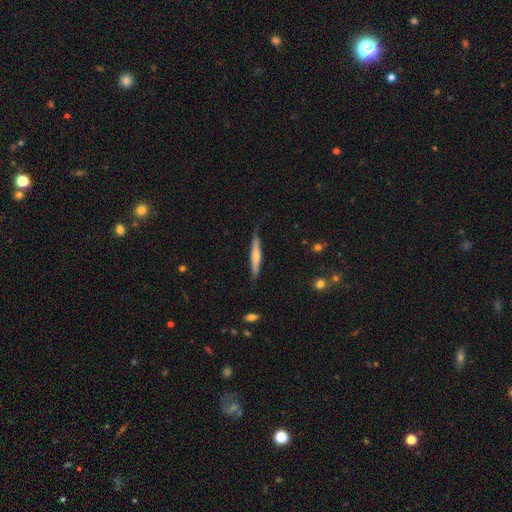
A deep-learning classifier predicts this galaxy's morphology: smooth 53%, featured or disk 42%, star or artifact 6%. Down the decision tree: how rounded — cigar-shaped (92%); merging — none (77%).